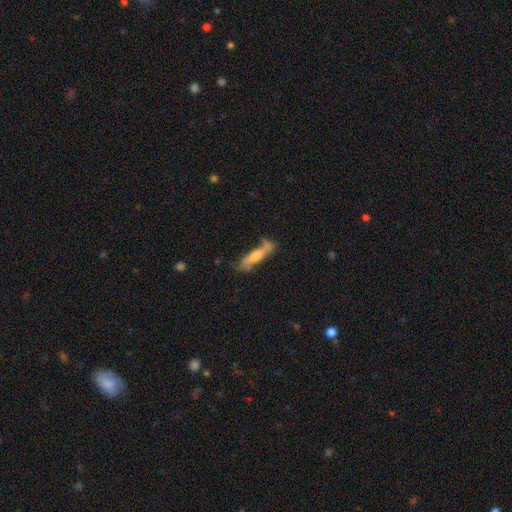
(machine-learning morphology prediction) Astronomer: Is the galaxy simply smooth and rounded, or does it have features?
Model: featured or disk — 56% (runner-up: smooth, 37%).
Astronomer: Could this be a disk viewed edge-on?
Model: yes — 59% (runner-up: no, 41%).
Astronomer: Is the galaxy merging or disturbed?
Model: none — 54%.